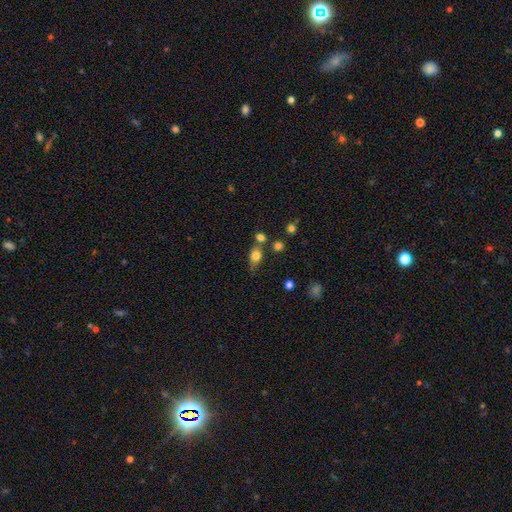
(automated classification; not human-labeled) Morphology: type=smooth (78%); roundness=in between (56%); merging=none (51%).